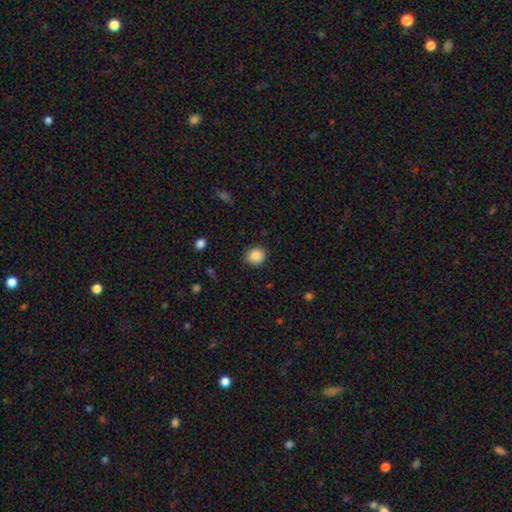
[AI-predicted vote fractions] Smooth or featured: smooth — 87% (star or artifact — 9%)
How rounded: round — 83% (in between — 17%)
Merging: none — 87% (minor disturbance — 10%)